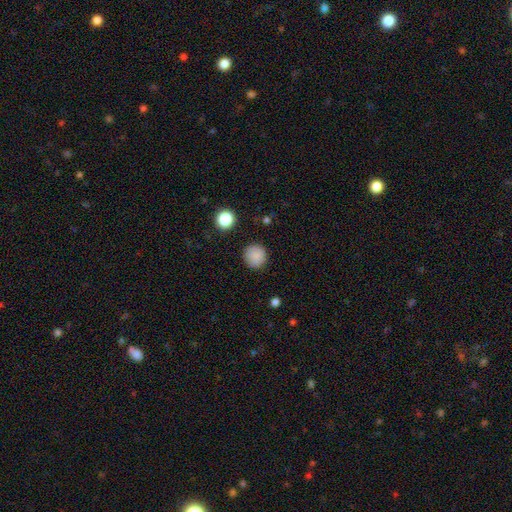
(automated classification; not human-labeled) smooth 85%, star or artifact 10%, featured or disk 5%. Down the decision tree: how rounded — round (93%); merging — none (87%).